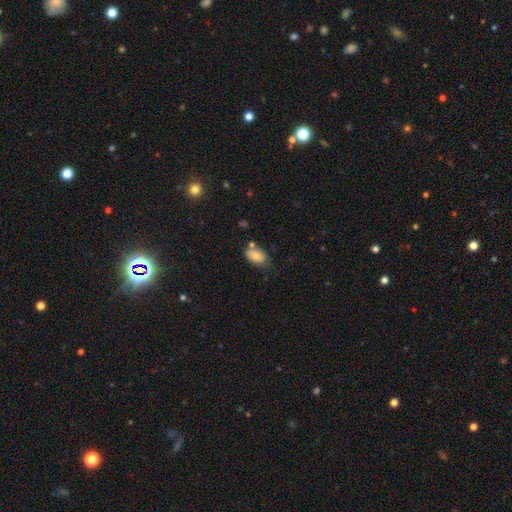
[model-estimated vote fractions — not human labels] A smooth galaxy with no disk features (78%) that is in between round and cigar-shaped (91%).

Vote fractions:
- Smooth or featured? smooth: 78% / featured or disk: 14% / star or artifact: 8%
- How rounded? in between: 91% / round: 7% / cigar-shaped: 2%
- Merging? none: 57% / minor disturbance: 27% / merger: 9% / major disturbance: 7%